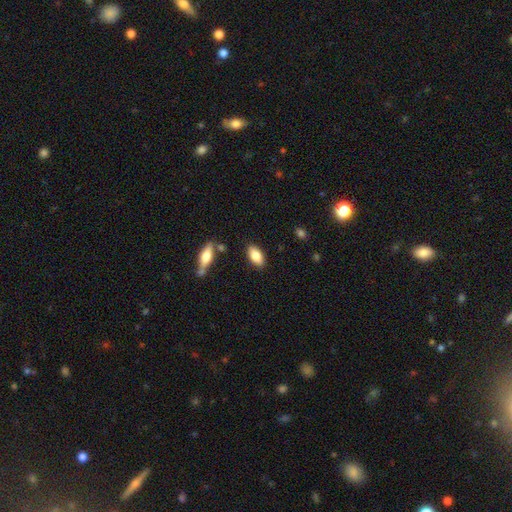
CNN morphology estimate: type=smooth (81%); roundness=in between (90%); merging=none (85%).